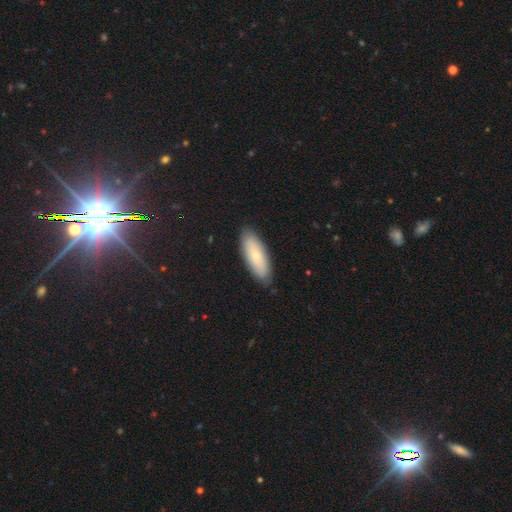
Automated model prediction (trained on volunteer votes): Morphology: type=smooth (71%); roundness=in between (69%); merging=none (85%).